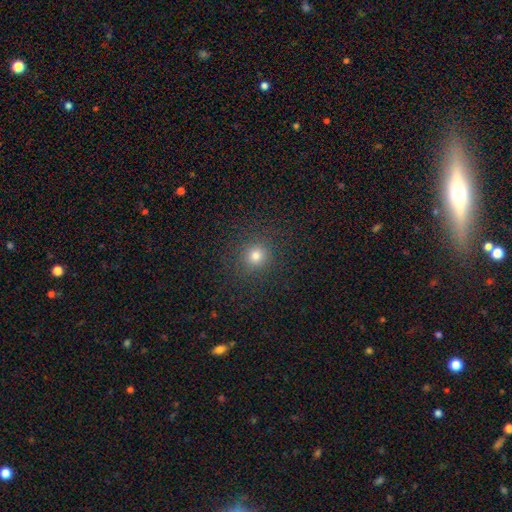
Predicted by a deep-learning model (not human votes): This appears to be a smooth galaxy with no disk features (78%) that is round (91%). Merging: none (89%).